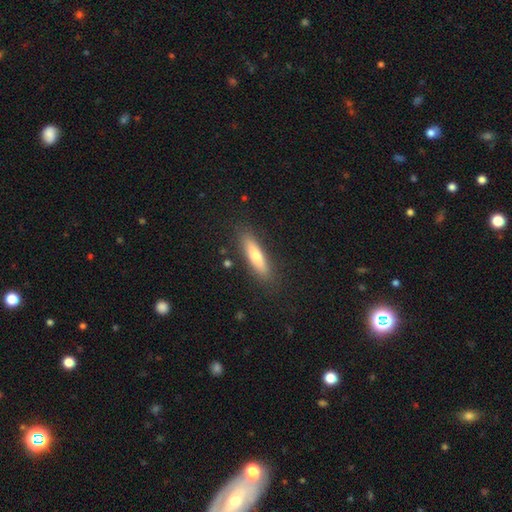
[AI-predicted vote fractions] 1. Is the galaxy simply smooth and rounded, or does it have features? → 68% smooth, 25% featured or disk, 7% star or artifact.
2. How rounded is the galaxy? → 76% cigar-shaped, 23% in between, 2% round.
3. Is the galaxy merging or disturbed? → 86% none, 10% minor disturbance, 2% major disturbance, 2% merger.